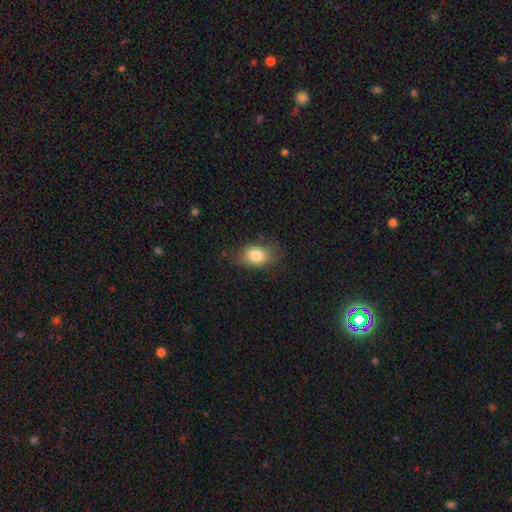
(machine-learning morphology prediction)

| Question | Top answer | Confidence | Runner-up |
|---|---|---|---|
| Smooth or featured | smooth | 81% | featured or disk (10%) |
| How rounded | in between | 76% | round (23%) |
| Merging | none | 74% | minor disturbance (20%) |